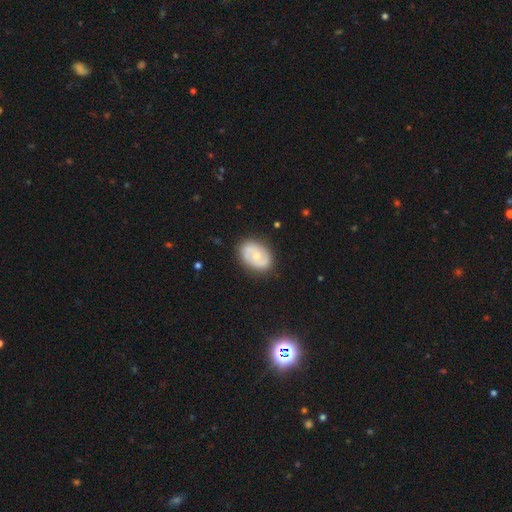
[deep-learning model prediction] Q: Smooth or featured?
A: featured or disk (61%); runner-up: smooth (32%)
Q: Edge-on disk?
A: no (97%); runner-up: yes (3%)
Q: Bar?
A: no (64%); runner-up: weak (30%)
Q: Spiral arms?
A: yes (80%); runner-up: no (20%)
Q: Bulge size?
A: small (53%); runner-up: moderate (40%)
Q: Merging?
A: none (81%); runner-up: minor disturbance (13%)